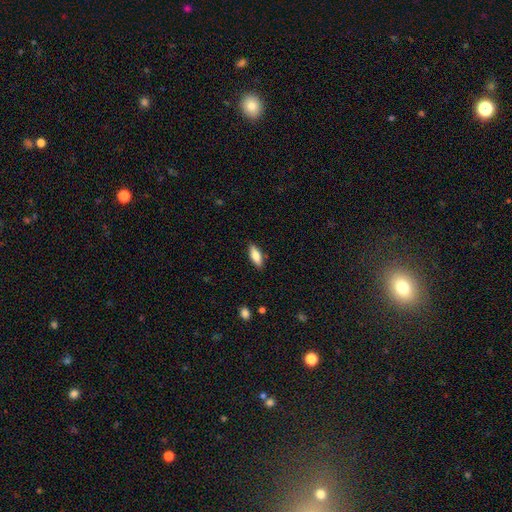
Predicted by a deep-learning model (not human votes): Smooth or featured? Predicted: smooth (p=0.79). How rounded? Predicted: in between (p=0.72). Merging? Predicted: none (p=0.87).